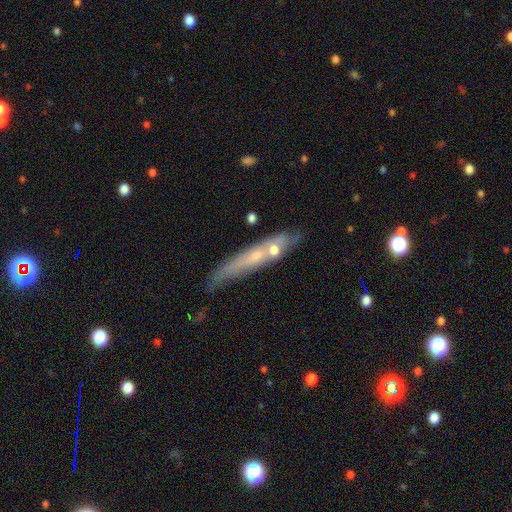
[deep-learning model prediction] Smooth or featured?
  - featured or disk: 51% *
  - smooth: 41%
  - star or artifact: 8%
Edge-on disk?
  - yes: 67% *
  - no: 33%
Merging?
  - none: 50% *
  - minor disturbance: 24%
  - merger: 16%
  - major disturbance: 9%